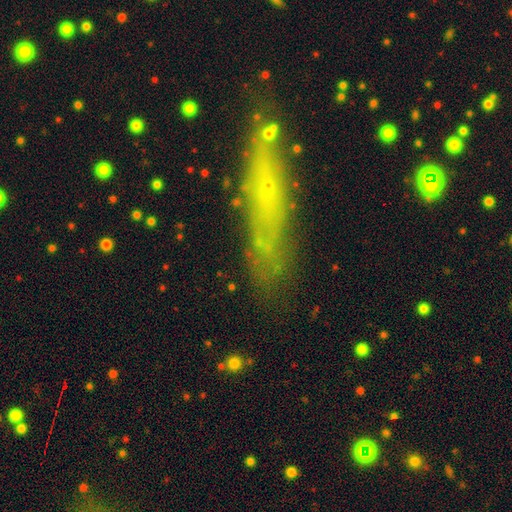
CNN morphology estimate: Q: Smooth or featured?
A: featured or disk (44%); runner-up: smooth (43%)
Q: Merging?
A: none (75%); runner-up: minor disturbance (17%)